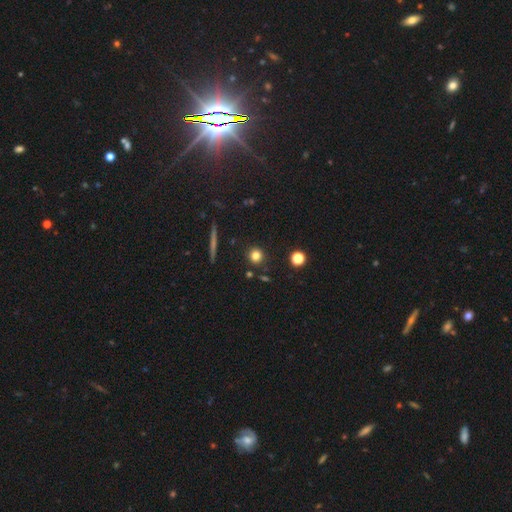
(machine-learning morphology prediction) A smooth galaxy with no disk features (79%) that is round (91%).

Vote fractions:
- Smooth or featured? smooth: 79% / star or artifact: 13% / featured or disk: 8%
- How rounded? round: 91% / in between: 7% / cigar-shaped: 2%
- Merging? none: 88% / minor disturbance: 7% / merger: 3% / major disturbance: 2%